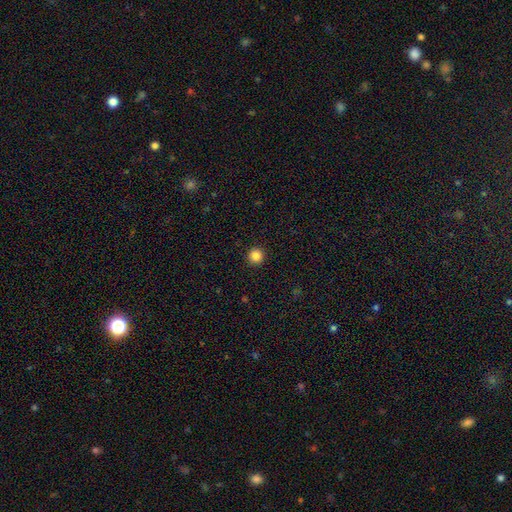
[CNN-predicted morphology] A smooth galaxy with no disk features (85%) that is round (96%). Merging: none (94%).